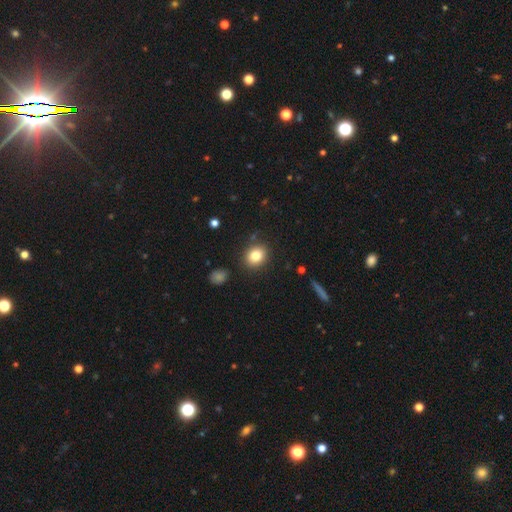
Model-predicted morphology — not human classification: type=smooth (82%); roundness=round (61%); merging=none (86%).